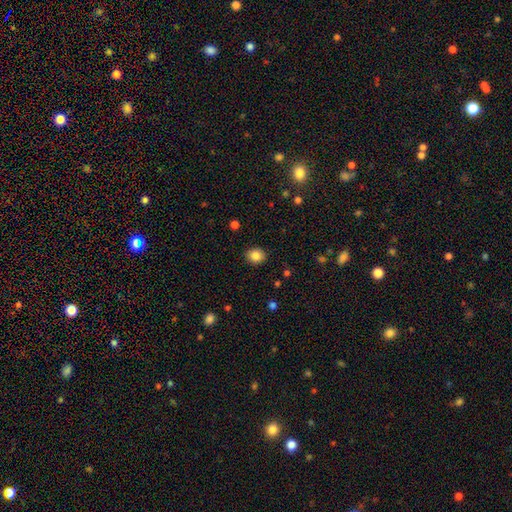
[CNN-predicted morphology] Smooth or featured?
  - smooth: 85% *
  - star or artifact: 10%
  - featured or disk: 5%
How rounded?
  - round: 69% *
  - in between: 30%
  - cigar-shaped: 1%
Merging?
  - none: 90% *
  - minor disturbance: 7%
  - major disturbance: 2%
  - merger: 1%